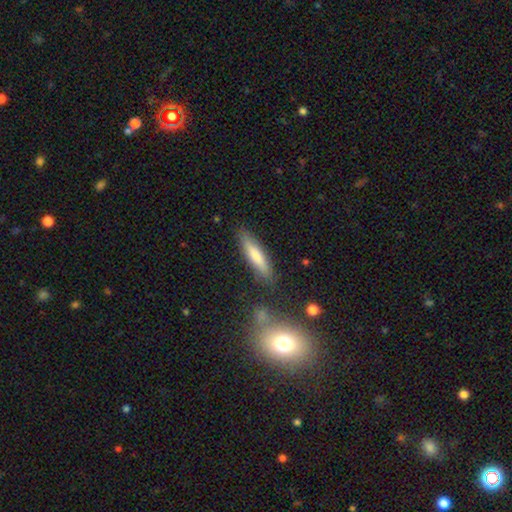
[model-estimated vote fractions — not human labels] This appears to be a smooth galaxy with no disk features (58%) that is cigar-shaped (77%). Merging: none (82%).